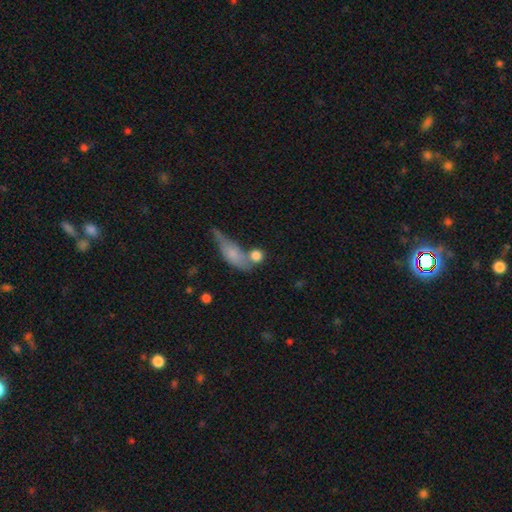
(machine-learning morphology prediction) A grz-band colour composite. It shows a smooth galaxy with no disk features (79%) that is round (66%). Merging: none (47%).